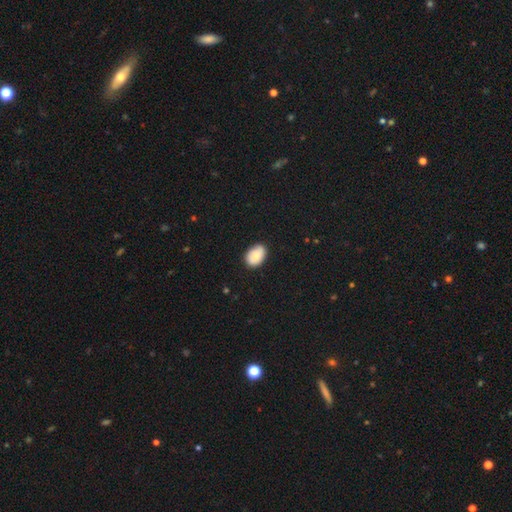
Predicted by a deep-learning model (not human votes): This appears to be a smooth galaxy with no disk features (83%) that is in between round and cigar-shaped (83%). Merging: none (80%).